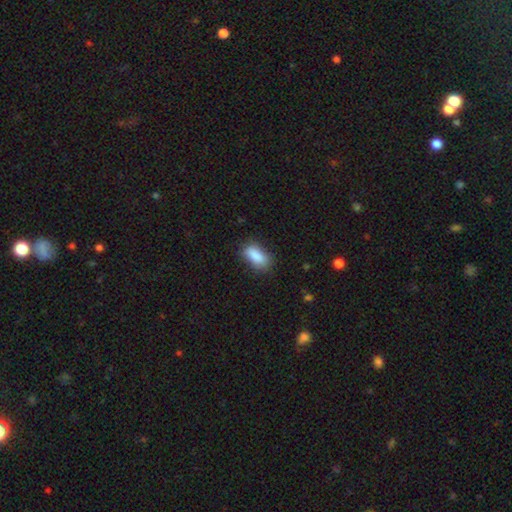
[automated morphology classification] smooth_or_featured: smooth (p=0.87) [alt: star or artifact p=0.07]
how_rounded: in between (p=0.86) [alt: cigar-shaped p=0.10]
merging: none (p=0.75) [alt: minor disturbance p=0.19]